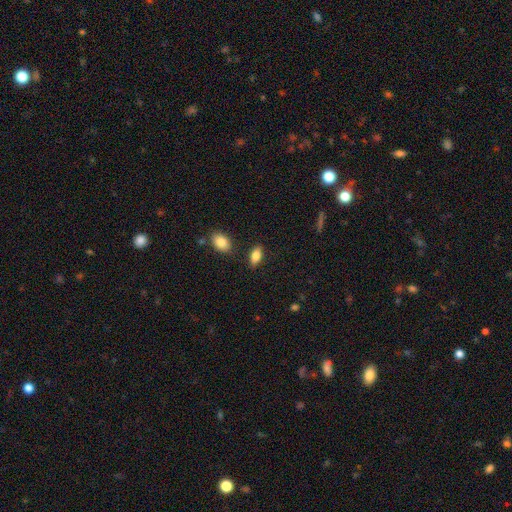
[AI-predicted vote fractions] smooth_or_featured: smooth (p=0.80) [alt: featured or disk p=0.13]
how_rounded: in between (p=0.88) [alt: cigar-shaped p=0.07]
merging: none (p=0.84) [alt: minor disturbance p=0.10]